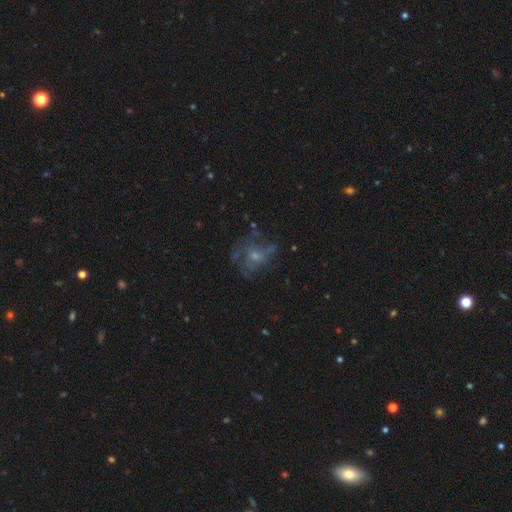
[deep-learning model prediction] Morphology: type=featured or disk (59%); edge-on=no (97%); bar=no (78%); spiral arms=yes (52%); bulge=small (52%); merging=none (53%).